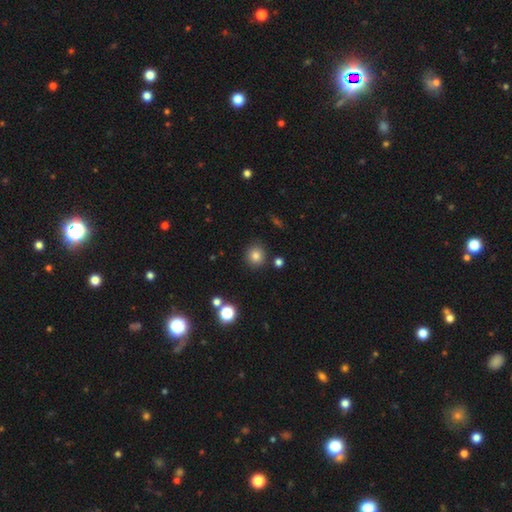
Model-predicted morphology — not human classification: Smooth or featured? Predicted: smooth (p=0.80). How rounded? Predicted: round (p=0.89). Merging? Predicted: none (p=0.86).